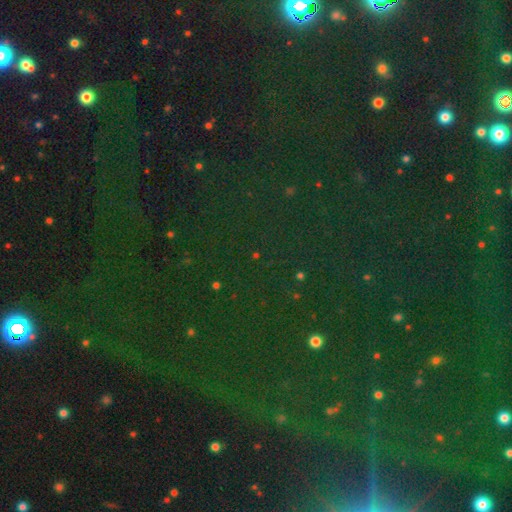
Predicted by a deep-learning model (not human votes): Q: Smooth or featured?
A: star or artifact (71%); runner-up: smooth (21%)